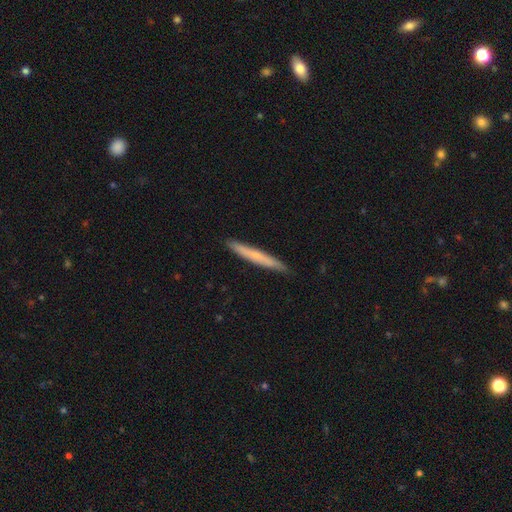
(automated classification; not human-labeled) Smooth or featured?
  - smooth: 60% *
  - featured or disk: 35%
  - star or artifact: 6%
How rounded?
  - cigar-shaped: 96% *
  - in between: 2%
  - round: 1%
Merging?
  - none: 90% *
  - minor disturbance: 8%
  - major disturbance: 1%
  - merger: 1%